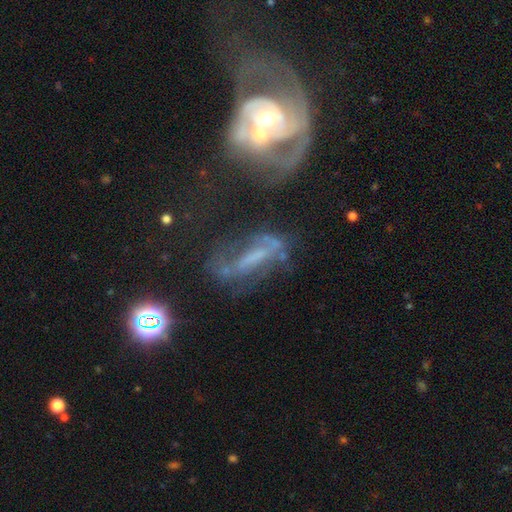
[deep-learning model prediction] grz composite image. It shows a featured or disk galaxy (65%) with no bar (35%, tied with strong), spiral arms (68%) and no central bulge (38%). Merging: none (32%).